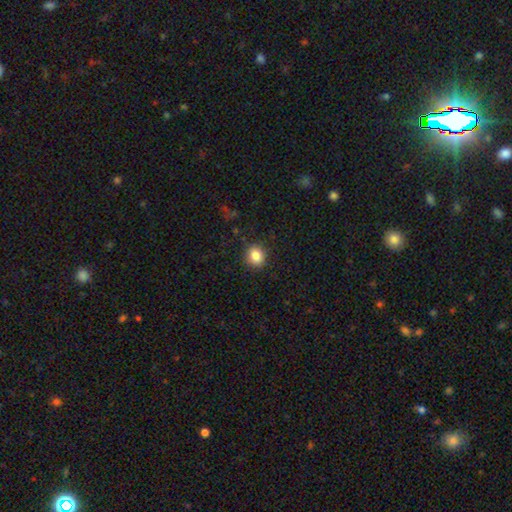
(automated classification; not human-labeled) Q: Smooth or featured?
A: smooth (85%); runner-up: star or artifact (10%)
Q: How rounded?
A: round (74%); runner-up: in between (25%)
Q: Merging?
A: none (88%); runner-up: minor disturbance (8%)